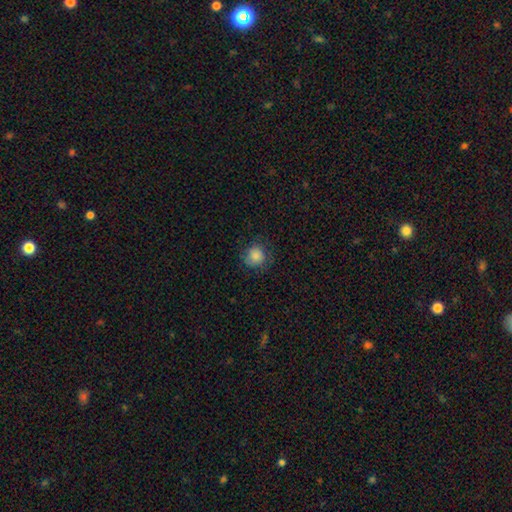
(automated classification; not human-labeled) Q: Smooth or featured?
A: smooth (85%); runner-up: star or artifact (10%)
Q: How rounded?
A: round (89%); runner-up: in between (10%)
Q: Merging?
A: none (78%); runner-up: minor disturbance (15%)